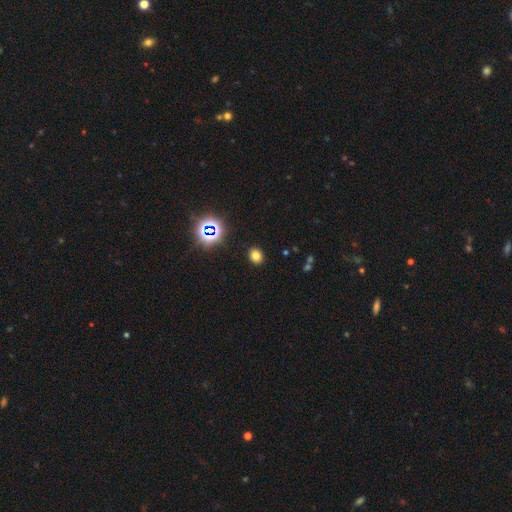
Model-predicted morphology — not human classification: A smooth galaxy with no disk features (74%) that is round (56%).

Vote fractions:
- Smooth or featured? smooth: 74% / star or artifact: 20% / featured or disk: 6%
- How rounded? round: 56% / in between: 43% / cigar-shaped: 1%
- Merging? none: 89% / minor disturbance: 7% / major disturbance: 3% / merger: 1%